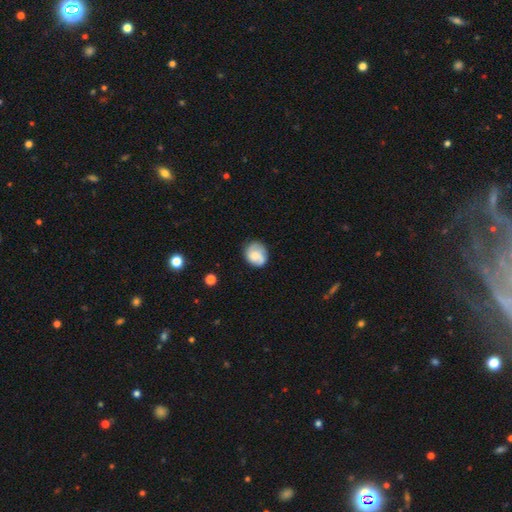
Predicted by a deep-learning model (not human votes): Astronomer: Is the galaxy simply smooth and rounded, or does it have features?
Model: smooth — 62%.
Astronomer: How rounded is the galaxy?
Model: round — 63%.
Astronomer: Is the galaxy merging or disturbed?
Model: none — 66%.